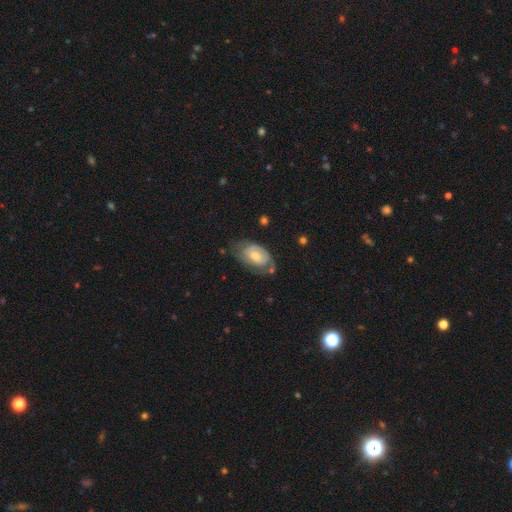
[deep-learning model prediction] smooth 50%, featured or disk 44%, star or artifact 6%. Down the decision tree: merging — none (45%).